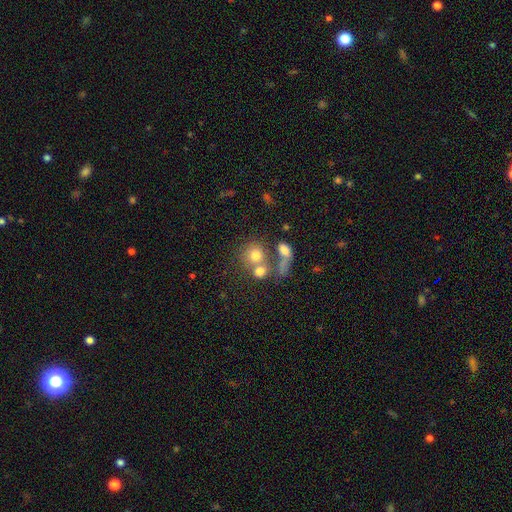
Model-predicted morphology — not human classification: Smooth or featured: smooth — 71% (featured or disk — 16%)
How rounded: round — 78% (in between — 21%)
Merging: merger — 43% (none — 39%)